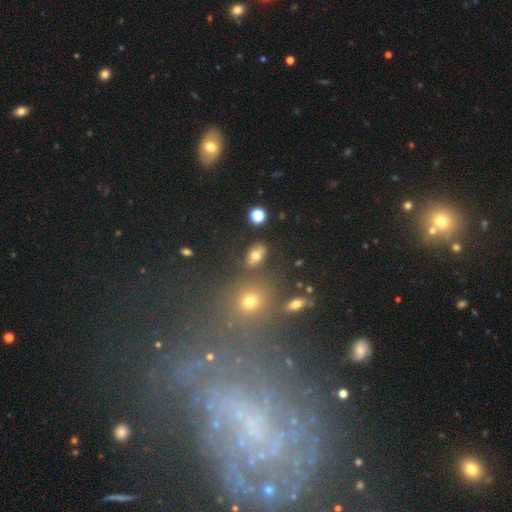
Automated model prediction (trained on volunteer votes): This appears to be a smooth galaxy with no disk features (69%) that is in between round and cigar-shaped (81%). Merging: none (77%).